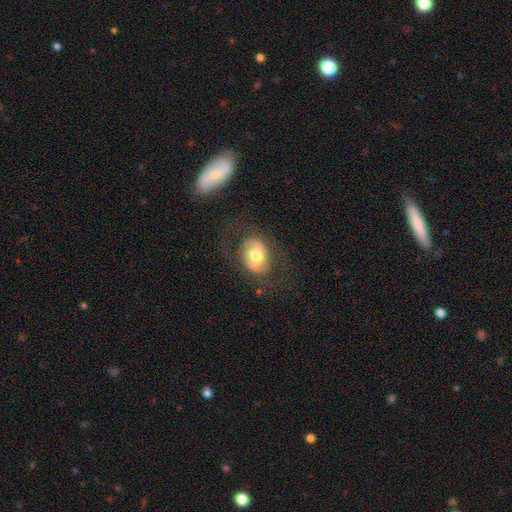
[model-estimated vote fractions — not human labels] This appears to be a smooth galaxy with no disk features (47%). Merging: none (70%).